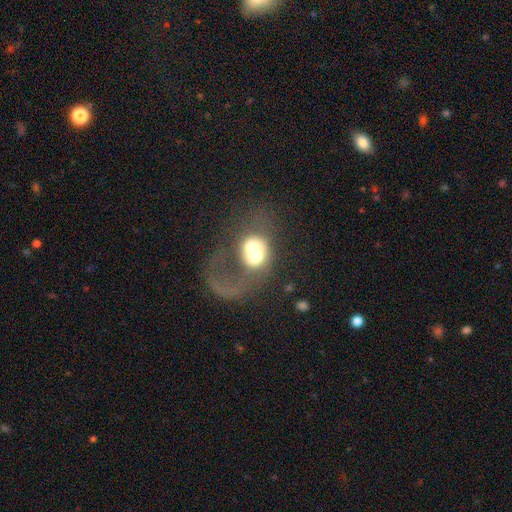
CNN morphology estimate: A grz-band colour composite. It shows a featured or disk galaxy (46%). Merging: merger (64%).